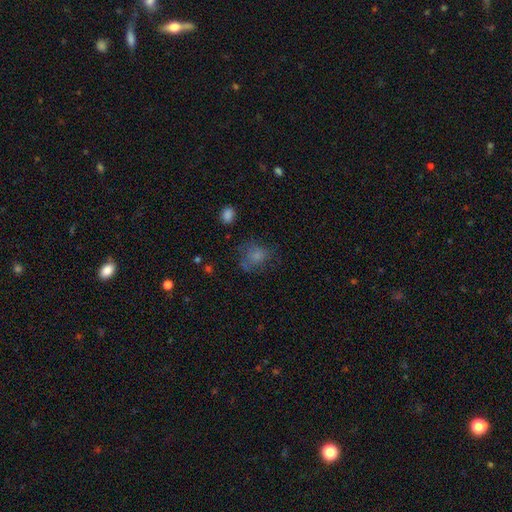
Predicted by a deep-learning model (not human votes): Morphology: type=smooth (67%); roundness=round (62%); merging=none (52%).